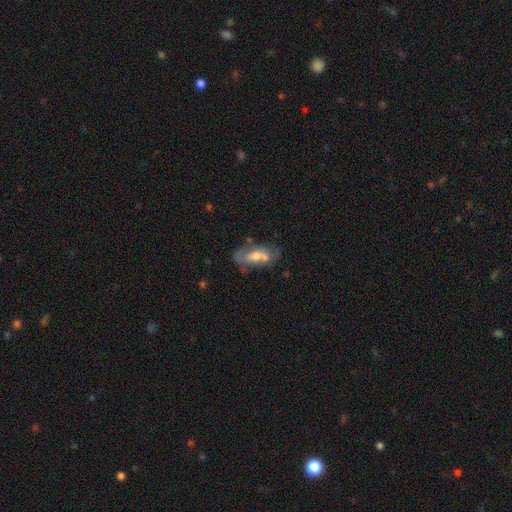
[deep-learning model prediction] Morphology: type=featured or disk (48%); merging=none (44%).